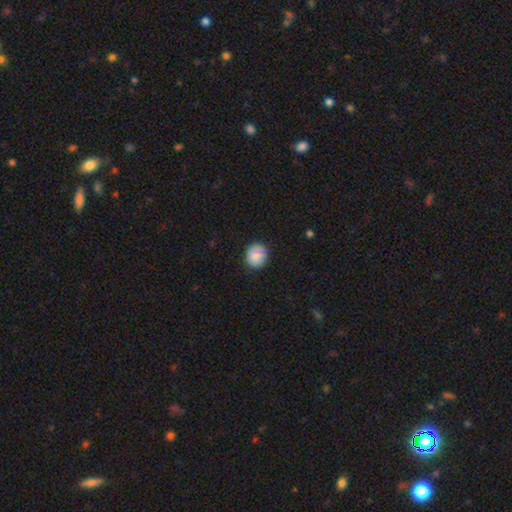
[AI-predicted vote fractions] The model was most divided on "how rounded": round: 81%, in between: 18%, cigar-shaped: 1%. More confident: smooth or featured — smooth (87%); merging — none (85%).